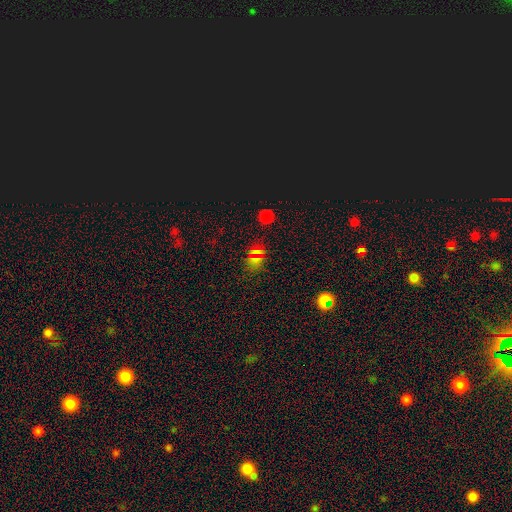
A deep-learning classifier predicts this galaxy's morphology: Smooth or featured? Predicted: smooth (p=0.53). How rounded? Predicted: round (p=0.62). Merging? Predicted: none (p=0.83).